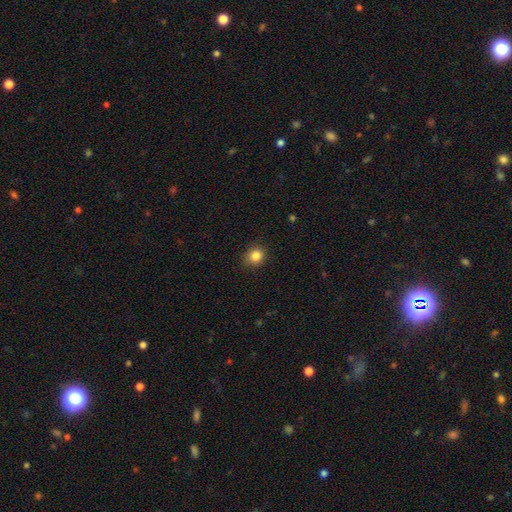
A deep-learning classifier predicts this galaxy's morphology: This is clearly a smooth galaxy (84%). How rounded: likely round (74%). Merging: clearly none (84%).